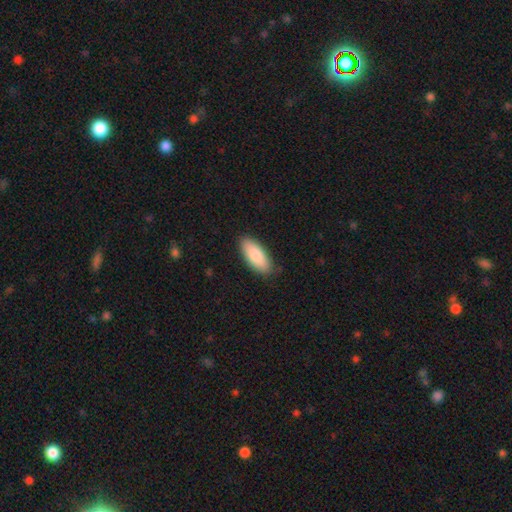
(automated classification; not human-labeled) This is clearly a smooth galaxy (85%). How rounded: clearly in between (84%). Merging: clearly none (86%).